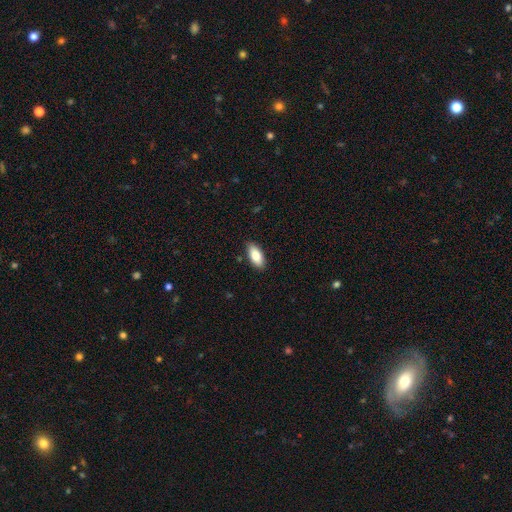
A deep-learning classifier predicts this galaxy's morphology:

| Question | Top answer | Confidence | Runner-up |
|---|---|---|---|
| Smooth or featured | smooth | 84% | featured or disk (10%) |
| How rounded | in between | 89% | cigar-shaped (9%) |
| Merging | none | 87% | minor disturbance (10%) |